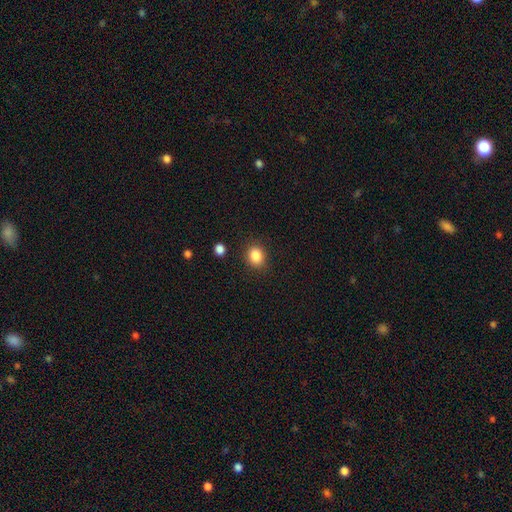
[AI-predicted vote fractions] smooth 86%, star or artifact 10%, featured or disk 4%. Down the decision tree: how rounded — round (55%); merging — none (86%).